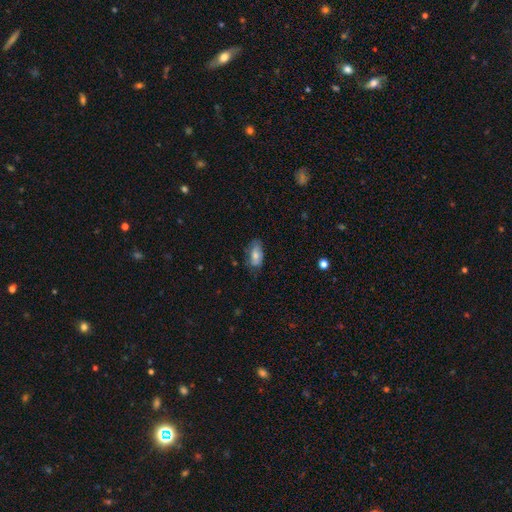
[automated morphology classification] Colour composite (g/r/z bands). It shows a smooth galaxy with no disk features (68%) that is in between round and cigar-shaped (90%). Merging: none (62%).